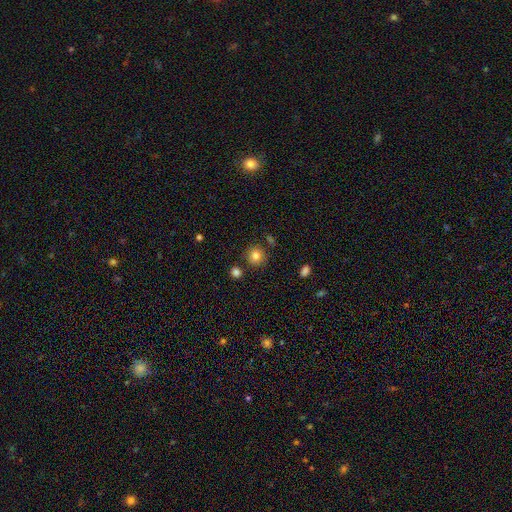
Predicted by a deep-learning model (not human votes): smooth-or-featured: smooth: 82% | star or artifact: 11% | featured or disk: 7%
  how-rounded: round: 90% | in between: 9% | cigar-shaped: 1%
  merging: none: 83% | minor disturbance: 9% | merger: 5% | major disturbance: 3%